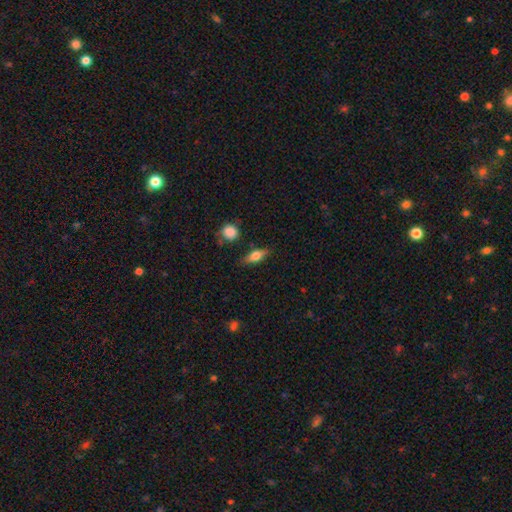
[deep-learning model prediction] Smooth or featured? Predicted: smooth (p=0.66). How rounded? Predicted: in between (p=0.65). Merging? Predicted: none (p=0.79).